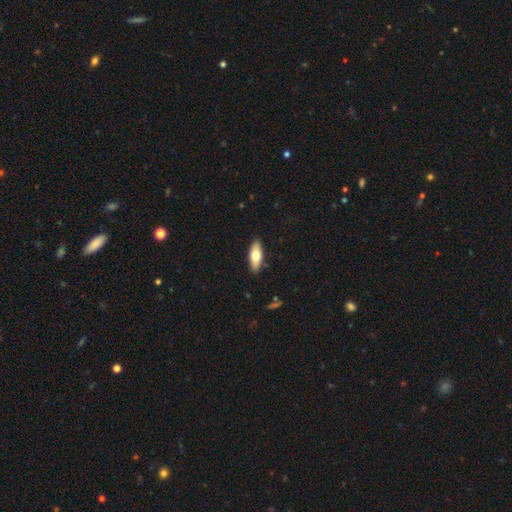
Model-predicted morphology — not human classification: type=smooth (65%); roundness=in between (75%); merging=none (88%).